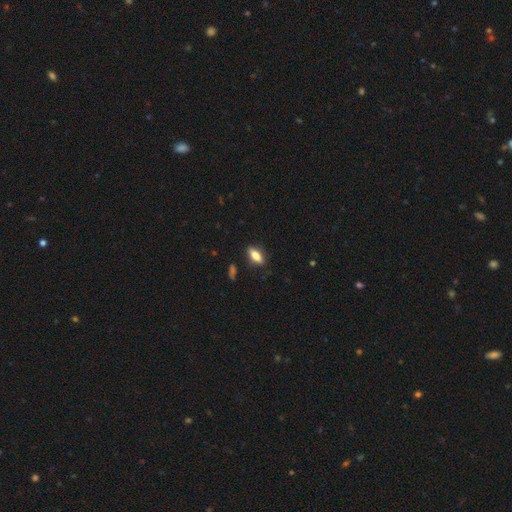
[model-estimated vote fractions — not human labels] Smooth or featured: smooth — 78% (featured or disk — 15%)
How rounded: in between — 74% (cigar-shaped — 23%)
Merging: none — 85% (minor disturbance — 11%)